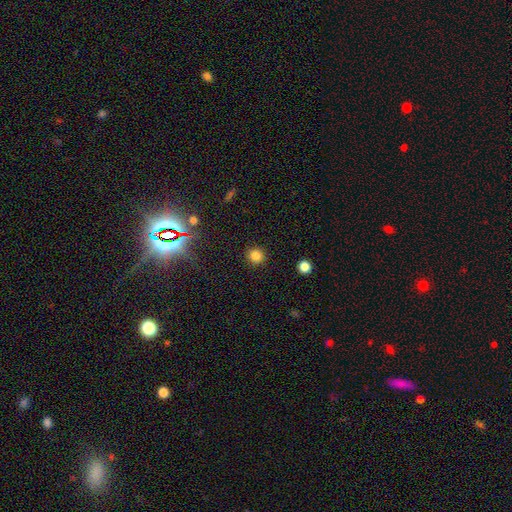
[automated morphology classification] type=smooth (82%); roundness=round (92%); merging=none (91%).